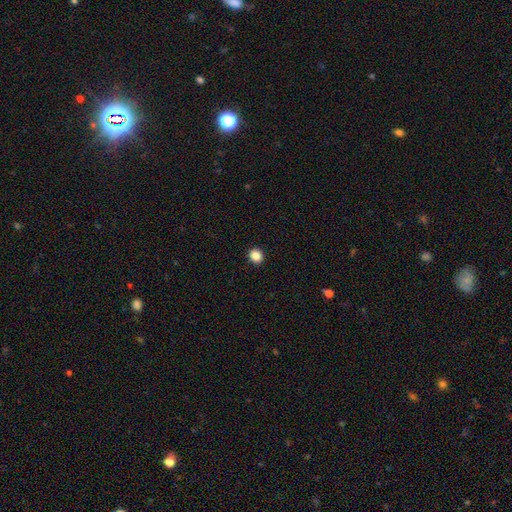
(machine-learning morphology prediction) smooth_or_featured: smooth (p=0.87) [alt: star or artifact p=0.10]
how_rounded: round (p=0.78) [alt: in between p=0.21]
merging: none (p=0.93) [alt: minor disturbance p=0.05]